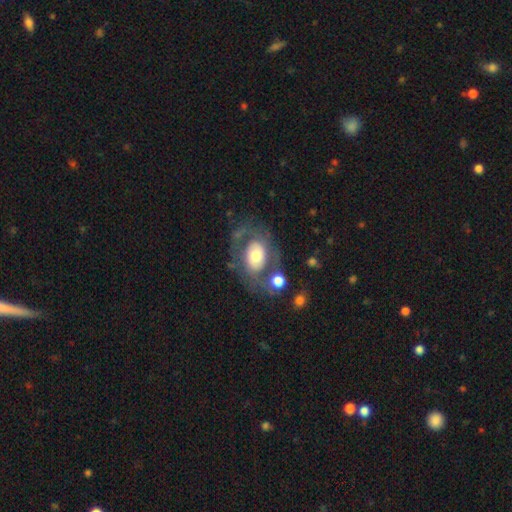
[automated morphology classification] type=featured or disk (55%); edge-on=no (95%); bar=no (72%); spiral arms=yes (51%); bulge=moderate (57%); merging=none (51%).